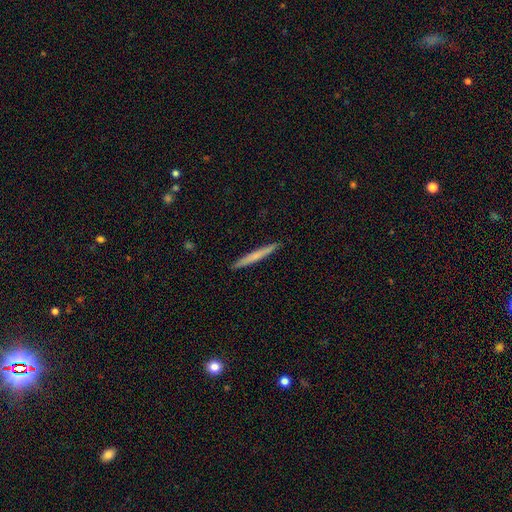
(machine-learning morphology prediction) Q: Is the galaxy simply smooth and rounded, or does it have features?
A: smooth — 61%.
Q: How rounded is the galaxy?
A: cigar-shaped — 97%.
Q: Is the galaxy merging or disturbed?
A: none — 93%.